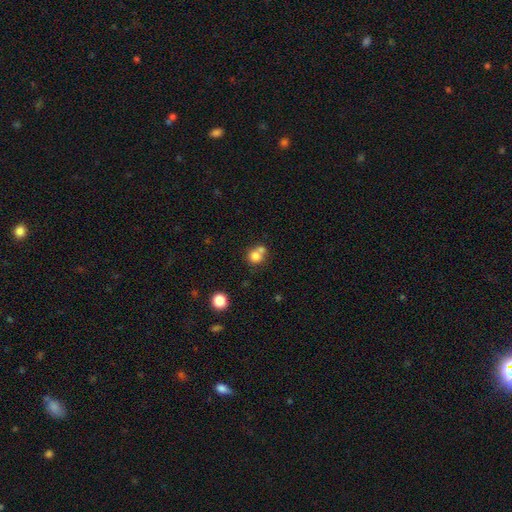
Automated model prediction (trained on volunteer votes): A smooth galaxy with no disk features (77%) that is round (83%).

Vote fractions:
- Smooth or featured? smooth: 77% / featured or disk: 11% / star or artifact: 11%
- How rounded? round: 83% / in between: 16% / cigar-shaped: 1%
- Merging? merger: 47% / none: 42% / minor disturbance: 8% / major disturbance: 3%